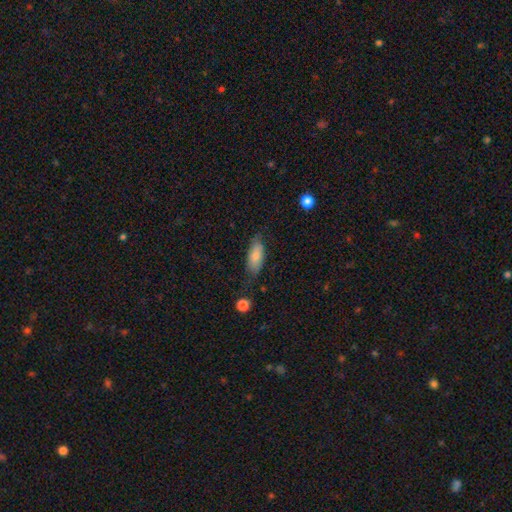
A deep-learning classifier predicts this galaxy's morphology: Smooth or featured?
  - smooth: 78% *
  - featured or disk: 16%
  - star or artifact: 6%
How rounded?
  - in between: 82% *
  - cigar-shaped: 16%
  - round: 2%
Merging?
  - none: 64% *
  - minor disturbance: 26%
  - major disturbance: 7%
  - merger: 3%